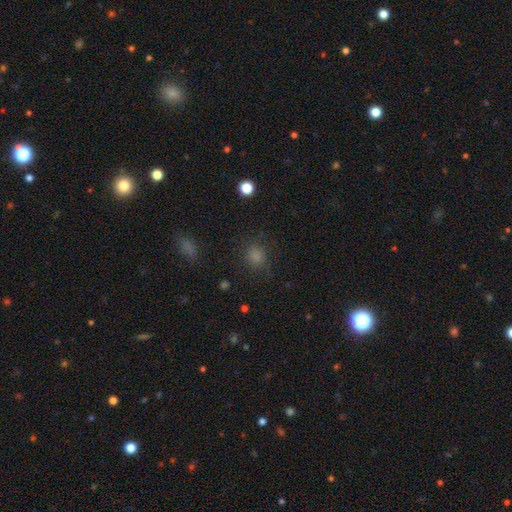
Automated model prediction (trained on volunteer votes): Morphology: type=smooth (69%); roundness=round (82%); merging=none (83%).